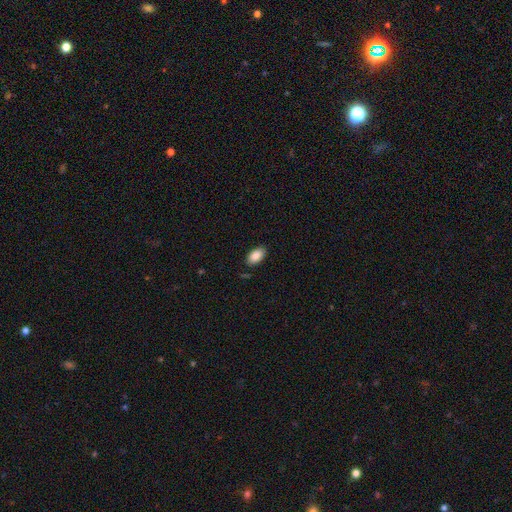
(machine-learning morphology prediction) Smooth or featured? smooth (88%)
How rounded? in between (94%)
Merging? none (86%)